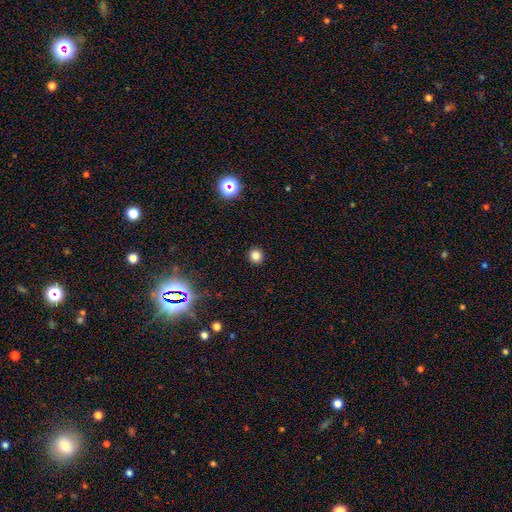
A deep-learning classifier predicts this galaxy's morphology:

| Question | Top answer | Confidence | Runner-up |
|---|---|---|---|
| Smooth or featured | smooth | 81% | star or artifact (15%) |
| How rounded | round | 92% | in between (7%) |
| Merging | none | 93% | minor disturbance (5%) |